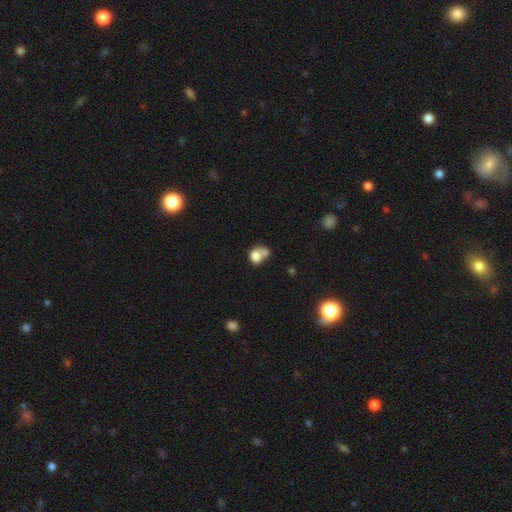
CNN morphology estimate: A smooth galaxy with no disk features (76%) that is round (57%).

Vote fractions:
- Smooth or featured? smooth: 76% / featured or disk: 14% / star or artifact: 10%
- How rounded? round: 57% / in between: 42% / cigar-shaped: 1%
- Merging? merger: 55% / none: 25% / minor disturbance: 11% / major disturbance: 9%